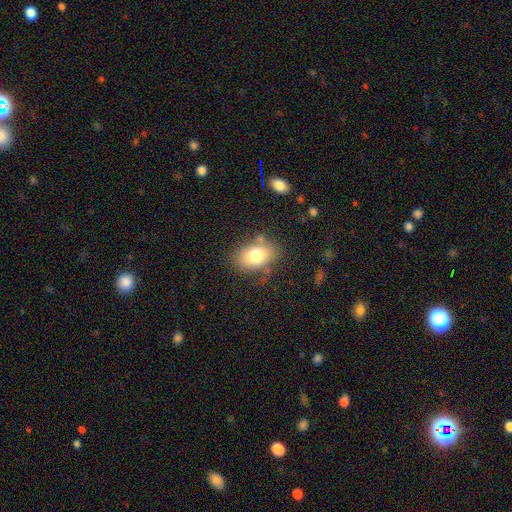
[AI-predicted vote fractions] smooth 77%, featured or disk 14%, star or artifact 9%. Down the decision tree: how rounded — in between (84%); merging — none (74%).